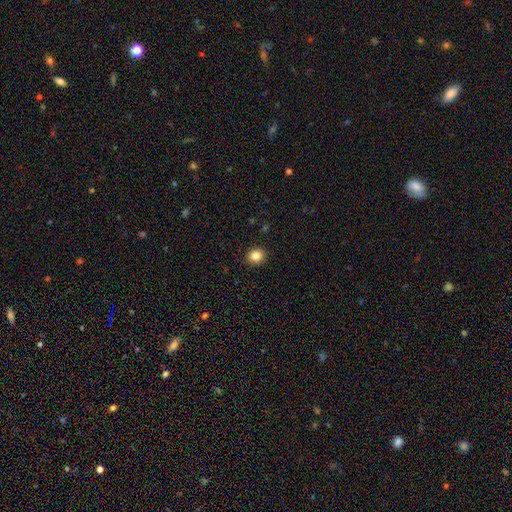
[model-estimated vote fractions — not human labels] smooth 84%, star or artifact 11%, featured or disk 5%. Down the decision tree: how rounded — round (79%); merging — none (91%).